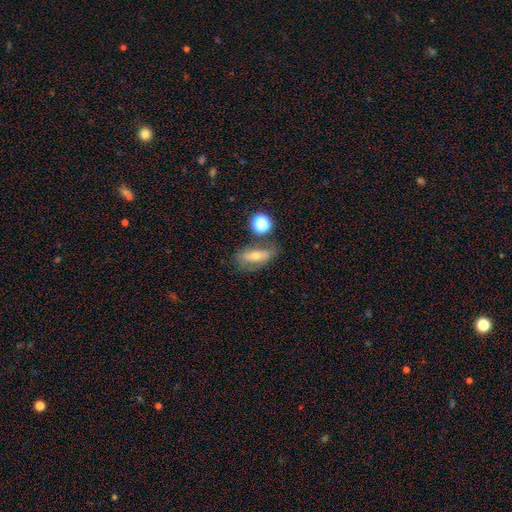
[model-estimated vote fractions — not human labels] Smooth or featured? Predicted: smooth (p=0.47). Merging? Predicted: none (p=0.63).